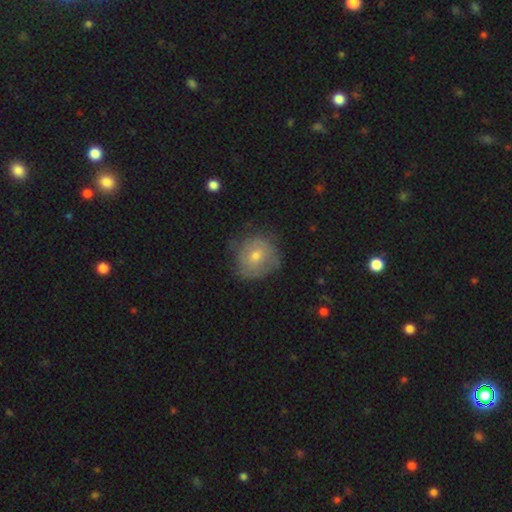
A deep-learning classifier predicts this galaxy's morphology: smooth_or_featured: smooth (p=0.55) [alt: featured or disk p=0.36]
how_rounded: round (p=0.84) [alt: in between p=0.15]
merging: none (p=0.67) [alt: minor disturbance p=0.24]